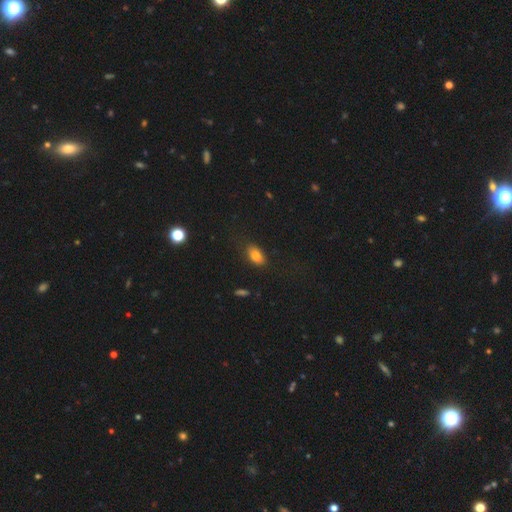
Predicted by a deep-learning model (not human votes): smooth 81%, star or artifact 10%, featured or disk 9%. Down the decision tree: how rounded — in between (86%); merging — none (80%).